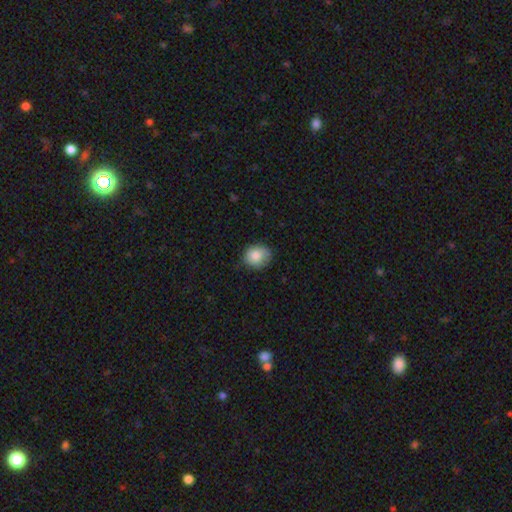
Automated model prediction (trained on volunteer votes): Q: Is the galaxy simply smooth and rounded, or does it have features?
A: smooth — 84%.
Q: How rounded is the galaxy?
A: round — 68%.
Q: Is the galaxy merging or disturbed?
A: none — 71%.